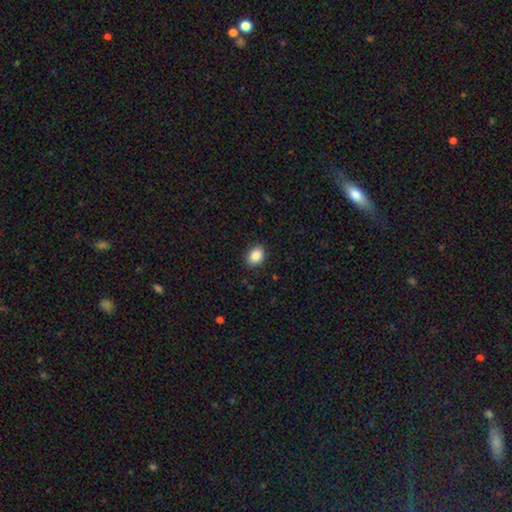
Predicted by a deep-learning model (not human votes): Smooth or featured? Predicted: smooth (p=0.88). How rounded? Predicted: in between (p=0.68). Merging? Predicted: none (p=0.87).